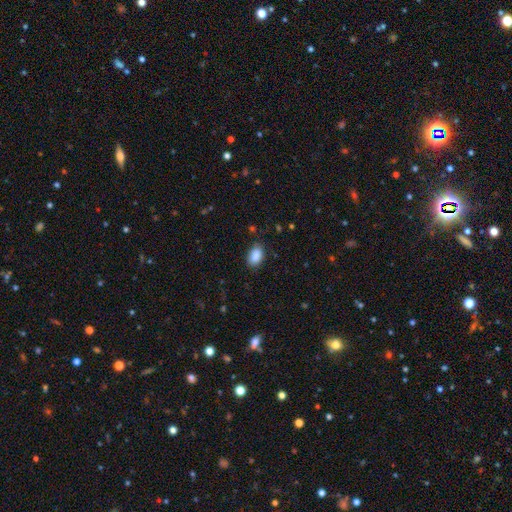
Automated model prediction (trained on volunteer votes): A smooth galaxy with no disk features (89%) that is in between round and cigar-shaped (90%).

Vote fractions:
- Smooth or featured? smooth: 89% / star or artifact: 7% / featured or disk: 4%
- How rounded? in between: 90% / round: 9% / cigar-shaped: 1%
- Merging? none: 83% / minor disturbance: 13% / major disturbance: 3% / merger: 1%